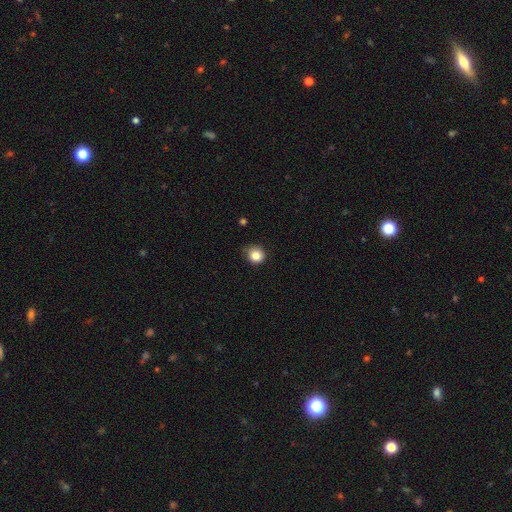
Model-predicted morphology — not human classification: This appears to be a smooth galaxy with no disk features (83%) that is round (86%). Merging: none (75%).